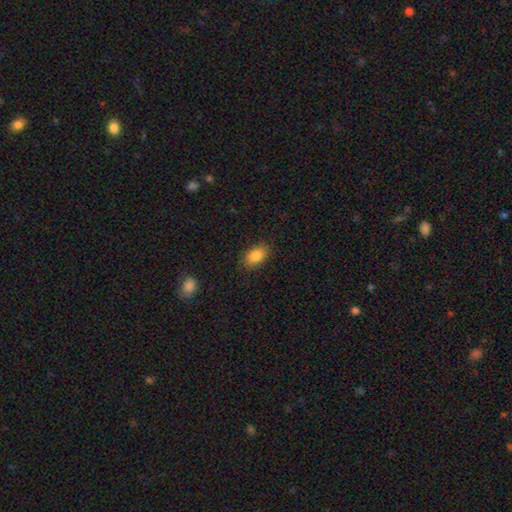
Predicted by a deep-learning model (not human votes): Smooth or featured: smooth — 85% (star or artifact — 8%)
How rounded: in between — 88% (round — 10%)
Merging: none — 86% (minor disturbance — 10%)